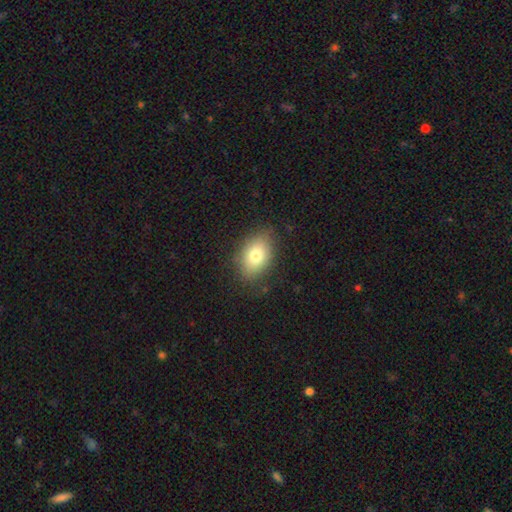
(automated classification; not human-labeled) Smooth or featured? smooth (78%)
How rounded? in between (81%)
Merging? none (81%)